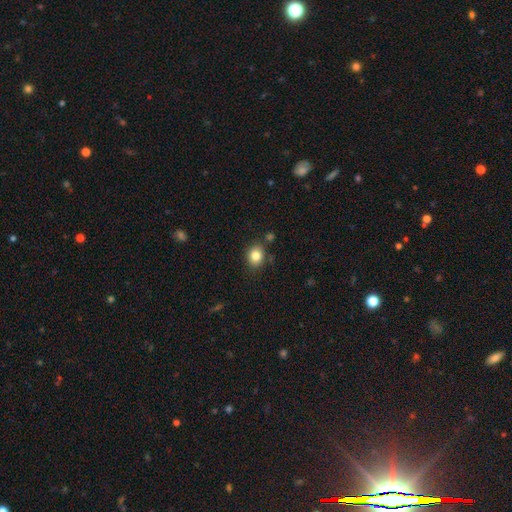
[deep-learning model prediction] smooth 83%, star or artifact 10%, featured or disk 7%. Down the decision tree: how rounded — round (65%); merging — none (82%).